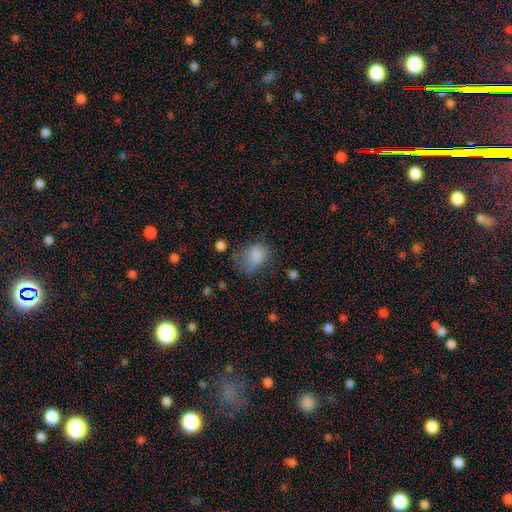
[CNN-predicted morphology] Smooth or featured?
  - smooth: 78% *
  - featured or disk: 11%
  - star or artifact: 11%
How rounded?
  - in between: 59% *
  - round: 40%
  - cigar-shaped: 1%
Merging?
  - none: 38% *
  - minor disturbance: 32%
  - major disturbance: 27%
  - merger: 4%